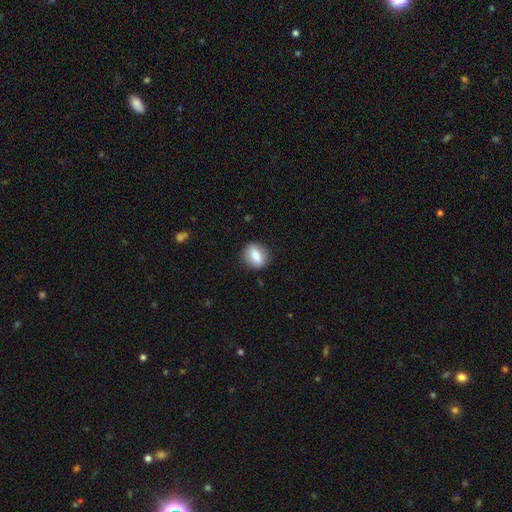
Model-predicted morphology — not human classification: This appears to be a smooth galaxy with no disk features (78%) that is in between round and cigar-shaped (49%). Merging: none (86%).